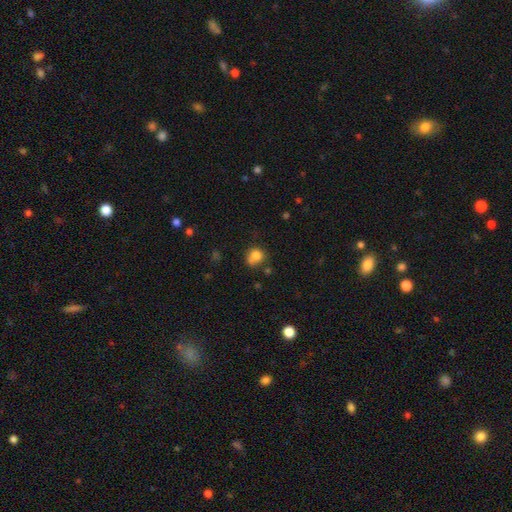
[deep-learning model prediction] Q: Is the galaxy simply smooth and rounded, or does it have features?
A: smooth — 78%.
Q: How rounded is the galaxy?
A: round — 76%.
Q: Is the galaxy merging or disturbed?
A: none — 46%.